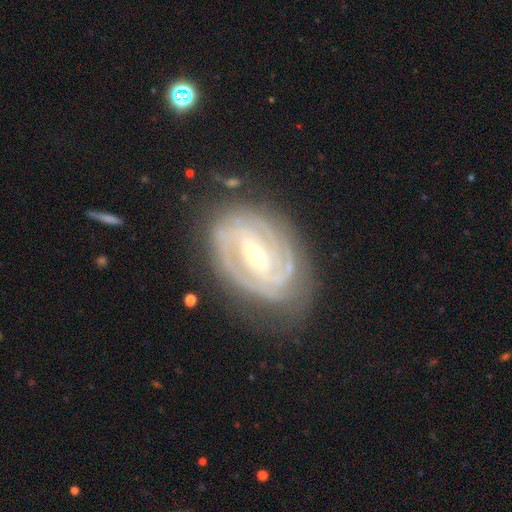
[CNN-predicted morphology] A featured or disk galaxy (89%) with a strong bar (45%), 2 (43%) tight (72%) spiral arms (96%) and a small central bulge (55%). Merging: none (75%).